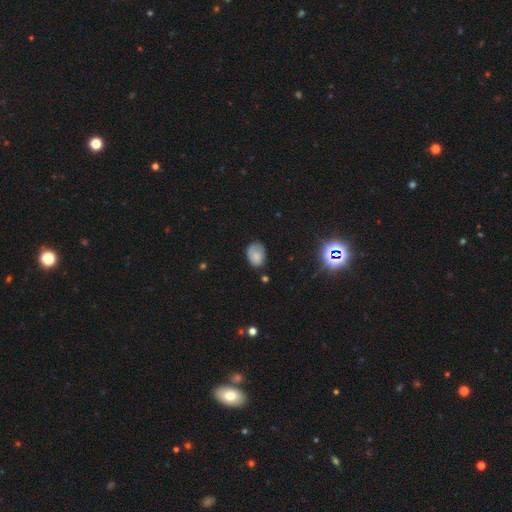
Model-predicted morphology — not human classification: smooth-or-featured: smooth: 76% | featured or disk: 13% | star or artifact: 11%
  how-rounded: in between: 73% | round: 26% | cigar-shaped: 1%
  merging: none: 62% | minor disturbance: 29% | major disturbance: 7% | merger: 2%